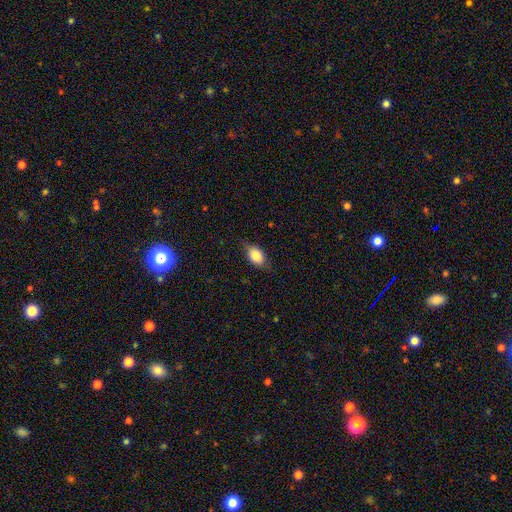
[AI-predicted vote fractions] The model was most divided on "merging": none: 75%, minor disturbance: 20%, major disturbance: 4%, merger: 1%. More confident: how rounded — in between (87%); smooth or featured — smooth (81%).